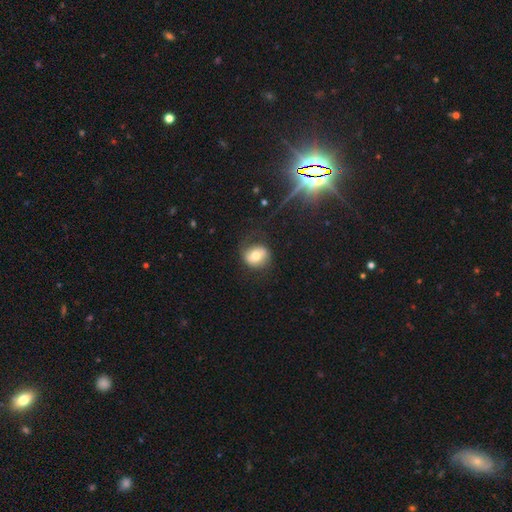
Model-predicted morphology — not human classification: type=smooth (62%); roundness=round (72%); merging=none (67%).